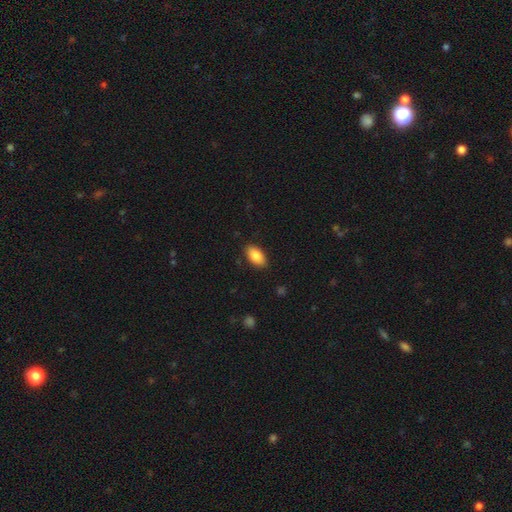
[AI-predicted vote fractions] This appears to be a smooth galaxy with no disk features (86%) that is in between round and cigar-shaped (93%). Merging: none (87%).